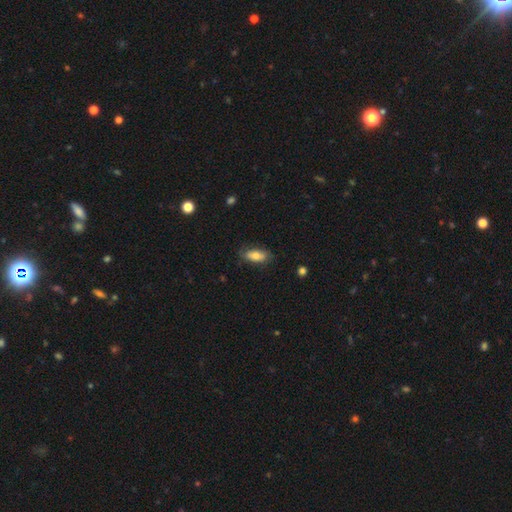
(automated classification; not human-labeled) Overall: smooth (73%). How rounded: in between (84%). Merging: none (75%).